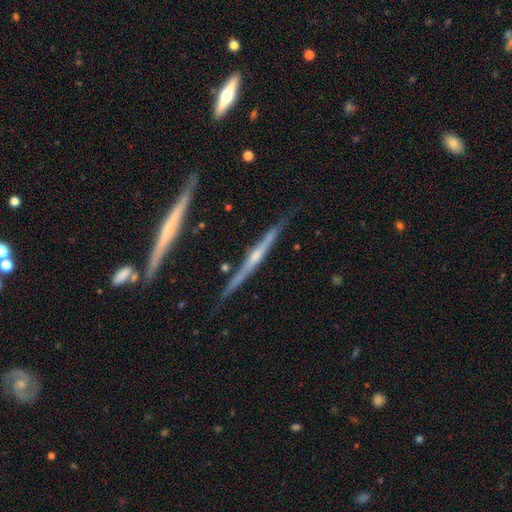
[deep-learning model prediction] This is likely a featured or disk galaxy (78%). It is clearly viewed edge-on (98%). Edge-on bulge: likely rounded (65%). Merging: clearly none (84%).